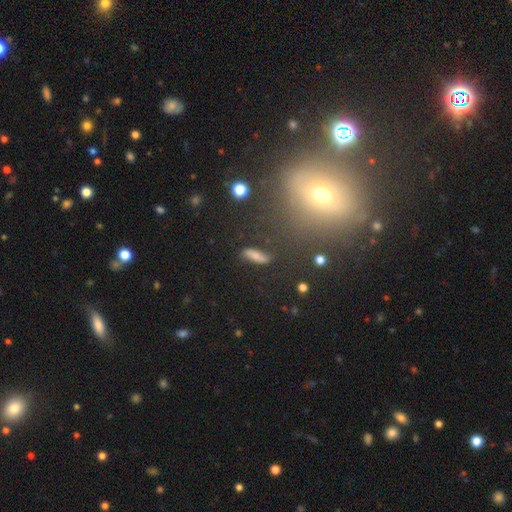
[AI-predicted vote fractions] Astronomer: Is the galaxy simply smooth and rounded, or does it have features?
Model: smooth — 66%.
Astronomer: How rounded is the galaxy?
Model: cigar-shaped — 58% (runner-up: in between, 38%).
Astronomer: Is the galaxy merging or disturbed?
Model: none — 77%.